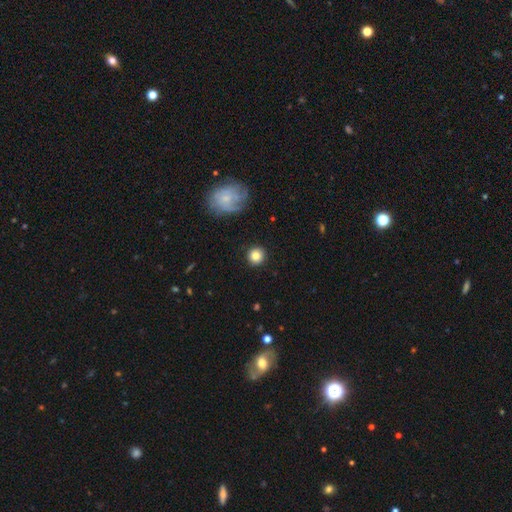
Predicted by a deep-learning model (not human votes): This appears to be a smooth galaxy with no disk features (82%) that is round (93%). Merging: none (89%).